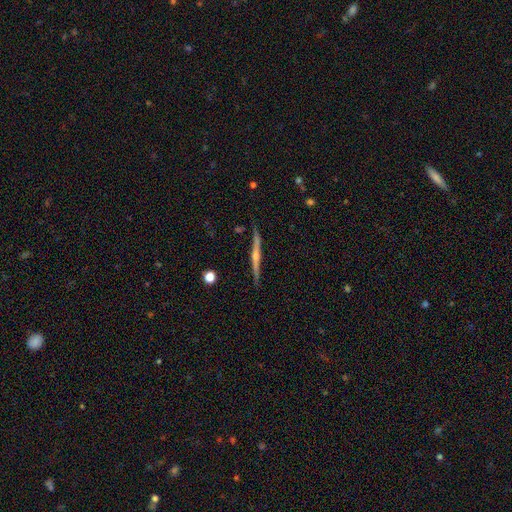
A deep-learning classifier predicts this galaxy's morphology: This is likely a featured or disk galaxy (70%). It is clearly viewed edge-on (96%). Edge-on bulge: likely rounded (67%). Merging: clearly none (87%).